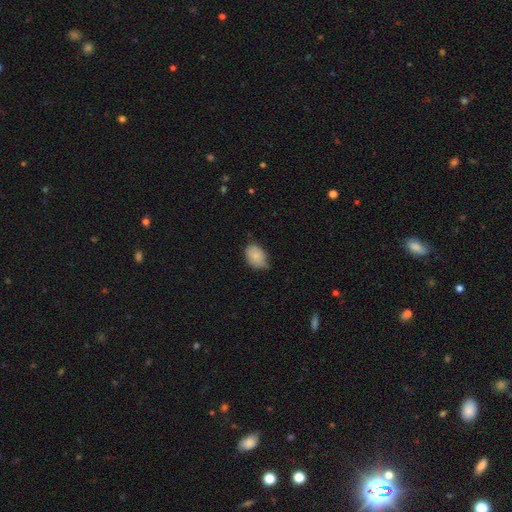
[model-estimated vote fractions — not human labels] smooth-or-featured: smooth: 82% | featured or disk: 10% | star or artifact: 8%
  how-rounded: in between: 79% | round: 20% | cigar-shaped: 1%
  merging: none: 54% | minor disturbance: 38% | major disturbance: 5% | merger: 2%